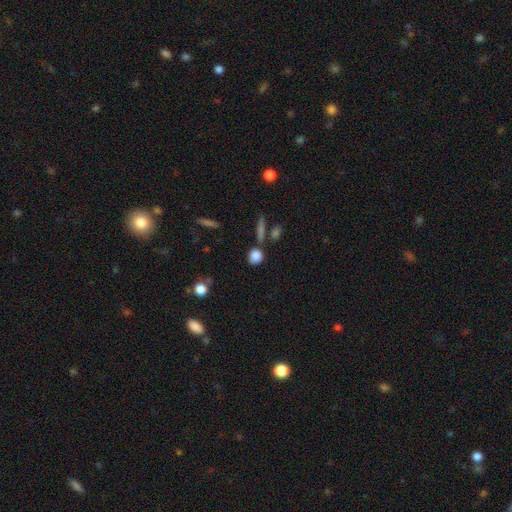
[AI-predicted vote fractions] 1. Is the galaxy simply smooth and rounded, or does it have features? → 84% smooth, 10% star or artifact, 6% featured or disk.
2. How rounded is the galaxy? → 79% round, 17% in between, 4% cigar-shaped.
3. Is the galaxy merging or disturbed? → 73% none, 12% minor disturbance, 10% merger, 4% major disturbance.